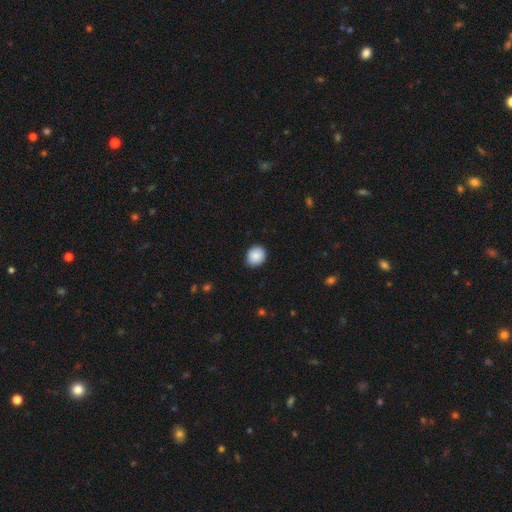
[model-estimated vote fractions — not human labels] Smooth or featured? smooth (88%)
How rounded? round (69%)
Merging? none (86%)